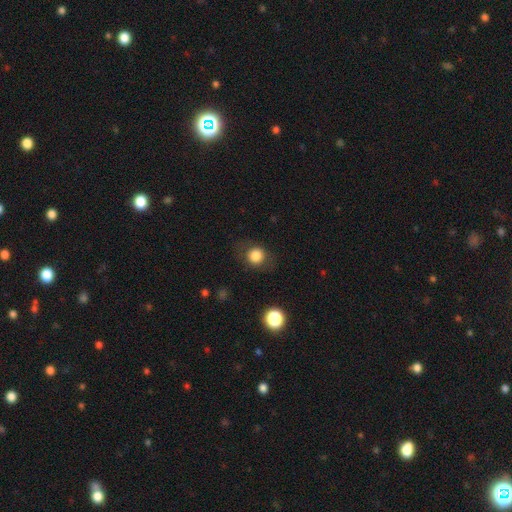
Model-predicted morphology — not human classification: This appears to be a smooth galaxy with no disk features (82%) that is round (82%). Merging: none (80%).